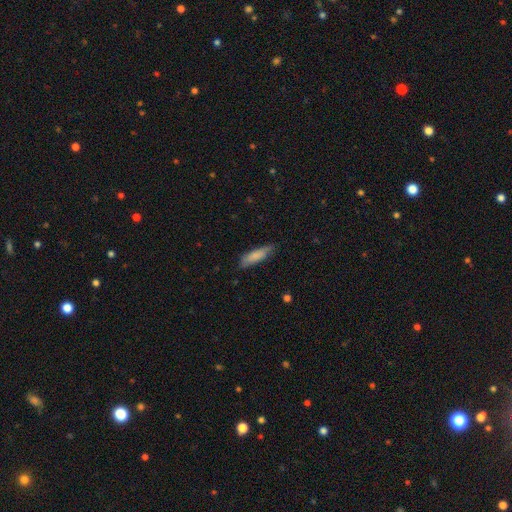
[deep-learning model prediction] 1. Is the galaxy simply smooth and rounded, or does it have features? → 82% smooth, 12% featured or disk, 6% star or artifact.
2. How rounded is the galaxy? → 64% cigar-shaped, 35% in between, 1% round.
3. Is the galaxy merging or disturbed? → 75% none, 20% minor disturbance, 4% major disturbance, 1% merger.